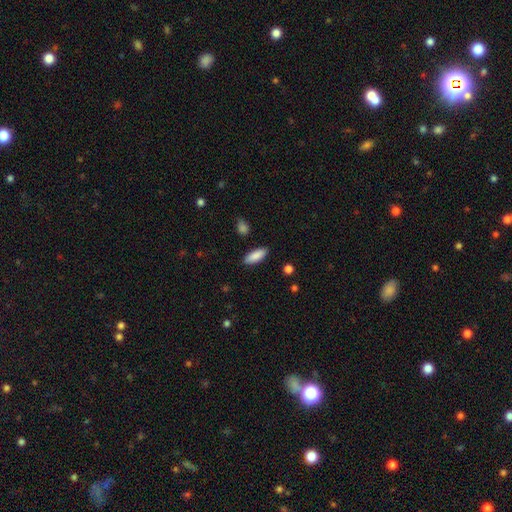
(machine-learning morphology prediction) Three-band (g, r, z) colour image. It shows a smooth galaxy with no disk features (88%) that is in between round and cigar-shaped (75%). Merging: none (88%).